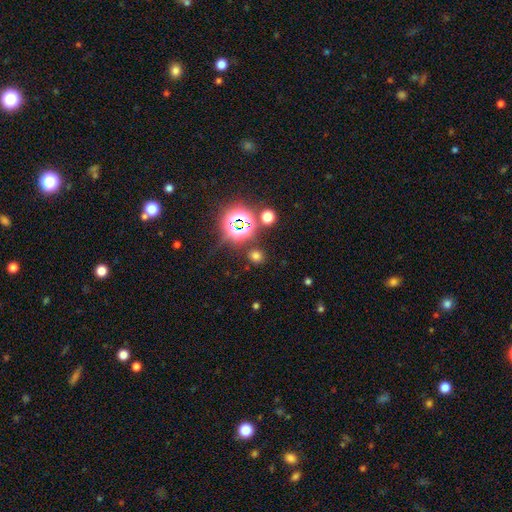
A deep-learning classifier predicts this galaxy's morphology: Smooth or featured: smooth — 60% (star or artifact — 33%)
How rounded: round — 79% (in between — 19%)
Merging: none — 84% (minor disturbance — 8%)